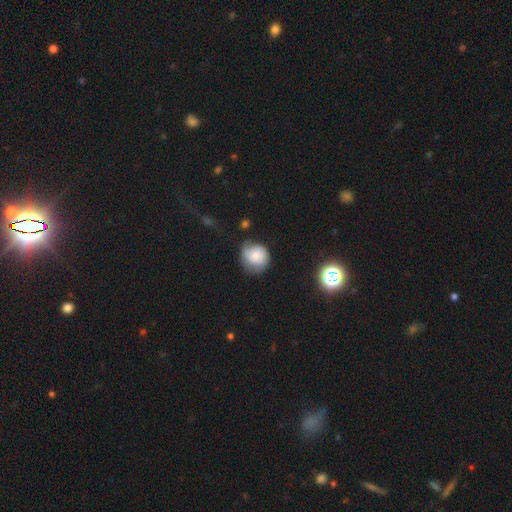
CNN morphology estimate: A smooth galaxy with no disk features (67%) that is round (83%). Merging: none (56%).